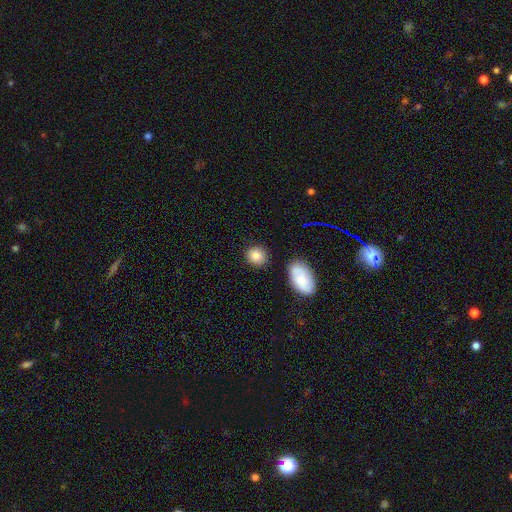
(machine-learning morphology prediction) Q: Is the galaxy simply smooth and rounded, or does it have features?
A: smooth — 83%.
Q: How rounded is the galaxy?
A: round — 74%.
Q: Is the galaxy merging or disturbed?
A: none — 84%.